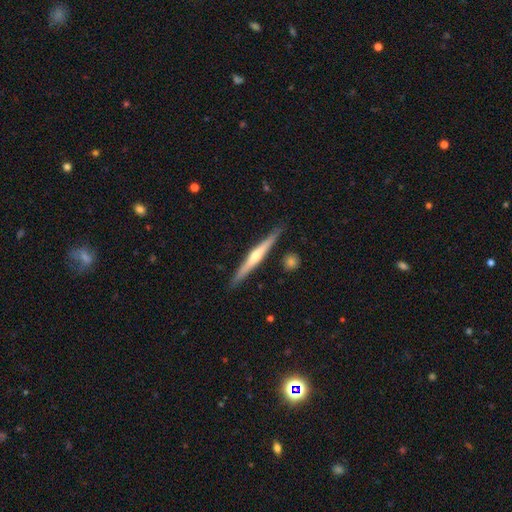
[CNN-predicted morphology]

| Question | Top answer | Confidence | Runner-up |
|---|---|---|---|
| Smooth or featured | featured or disk | 70% | smooth (25%) |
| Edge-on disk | yes | 98% | no (2%) |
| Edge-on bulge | rounded | 78% | none (16%) |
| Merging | none | 88% | minor disturbance (8%) |